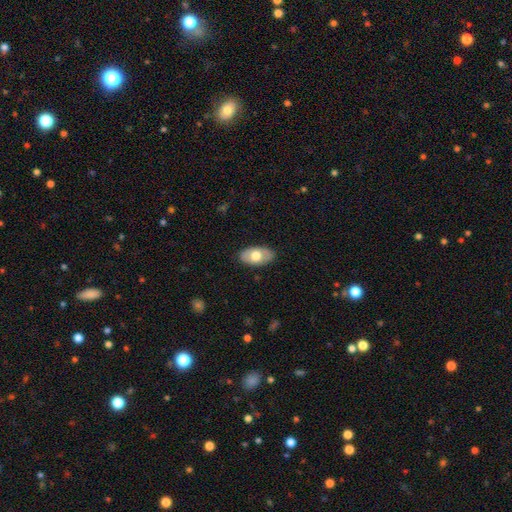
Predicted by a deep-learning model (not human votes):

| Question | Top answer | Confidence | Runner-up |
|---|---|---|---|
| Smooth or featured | smooth | 64% | featured or disk (30%) |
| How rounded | in between | 94% | round (5%) |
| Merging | none | 84% | minor disturbance (12%) |